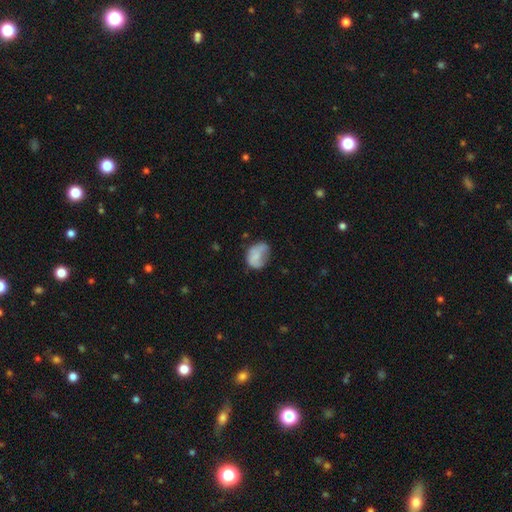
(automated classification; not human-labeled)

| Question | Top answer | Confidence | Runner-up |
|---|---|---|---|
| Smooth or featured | smooth | 70% | featured or disk (22%) |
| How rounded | in between | 64% | round (35%) |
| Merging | none | 42% | minor disturbance (34%) |